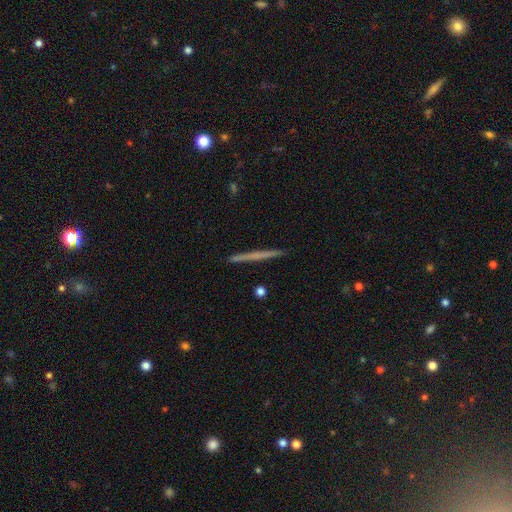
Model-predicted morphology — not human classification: Smooth or featured? featured or disk (50%)
Merging? none (92%)